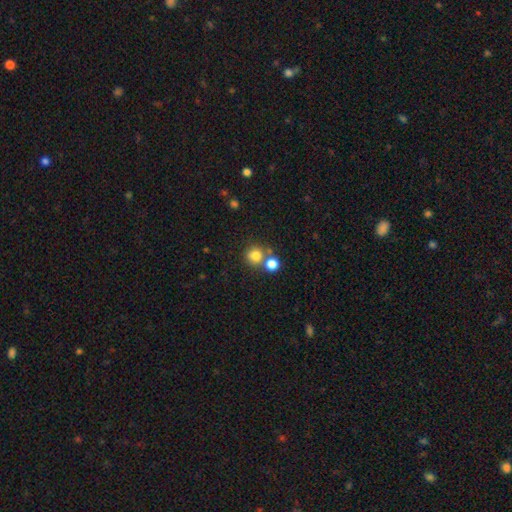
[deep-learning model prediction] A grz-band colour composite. It shows a smooth galaxy with no disk features (79%) that is round (90%). Merging: none (62%).